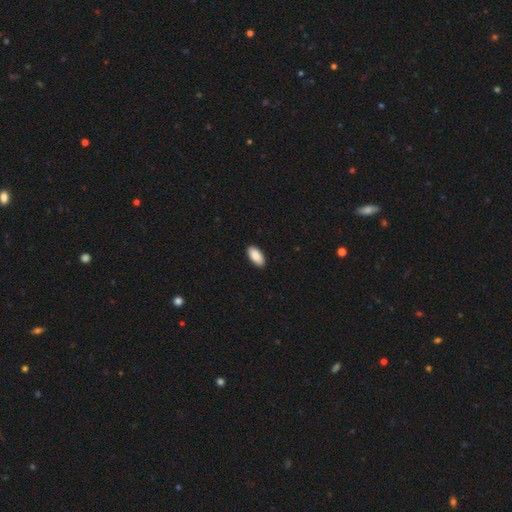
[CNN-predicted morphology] Overall: smooth (90%). How rounded: in between (94%). Merging: none (90%).